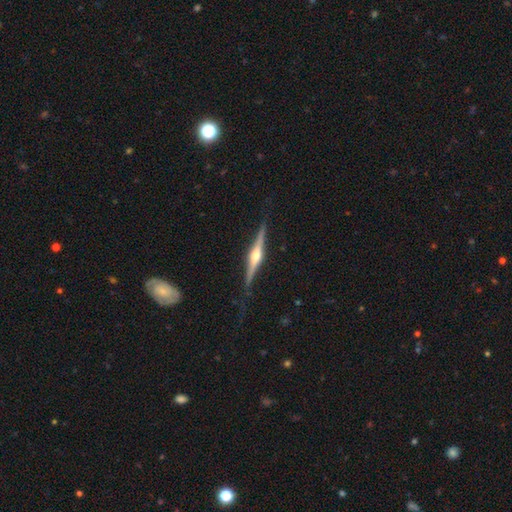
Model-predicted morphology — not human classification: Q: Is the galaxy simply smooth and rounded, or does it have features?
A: featured or disk — 81%.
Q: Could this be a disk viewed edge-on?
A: yes — 98%.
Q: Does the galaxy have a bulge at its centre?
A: rounded — 90%.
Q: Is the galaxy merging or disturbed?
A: none — 86%.